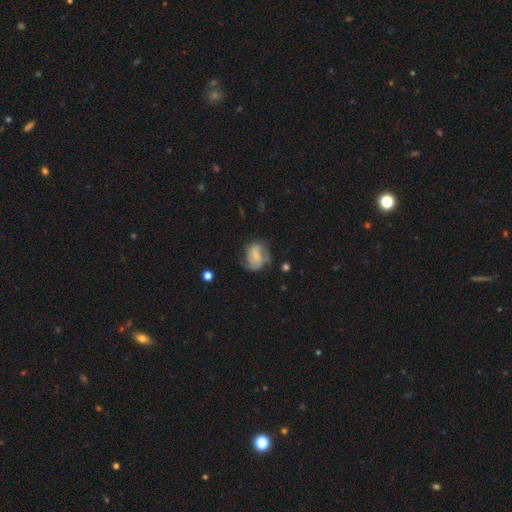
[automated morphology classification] smooth-or-featured: featured or disk: 58% | smooth: 34% | star or artifact: 8%
  disk-edge-on: no: 97% | yes: 3%
    bar: no: 44% | weak: 42% | strong: 14%
    has-spiral-arms: yes: 85% | no: 15%
    bulge-size: small: 43% | none: 30% | moderate: 21% | large: 4% | dominant: 2%
  merging: none: 55% | minor disturbance: 27% | major disturbance: 16% | merger: 2%